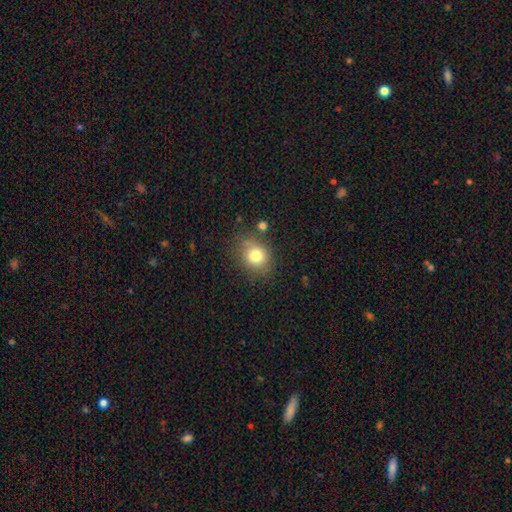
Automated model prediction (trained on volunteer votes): Smooth or featured? smooth (78%)
How rounded? round (68%)
Merging? none (74%)